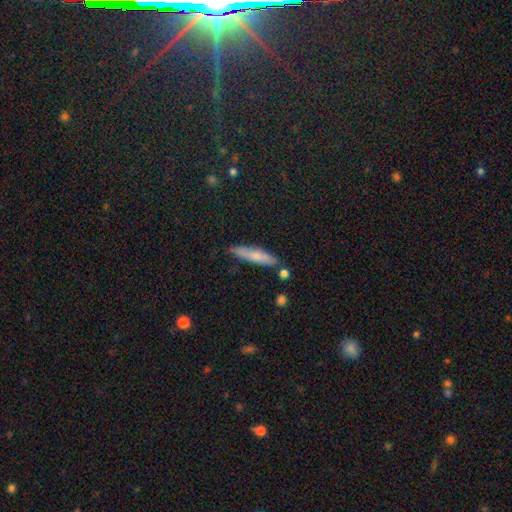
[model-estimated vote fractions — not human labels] Smooth or featured? Predicted: smooth (p=0.71). How rounded? Predicted: cigar-shaped (p=0.85). Merging? Predicted: none (p=0.83).